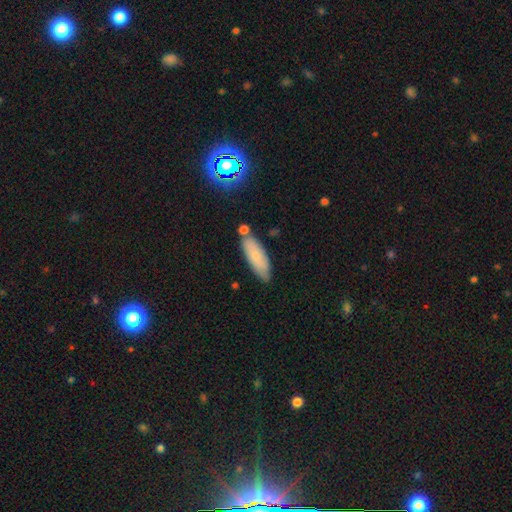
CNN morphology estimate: The model was most divided on "how rounded": in between: 59%, cigar-shaped: 39%, round: 2%. More confident: smooth or featured — smooth (75%); merging — none (71%).